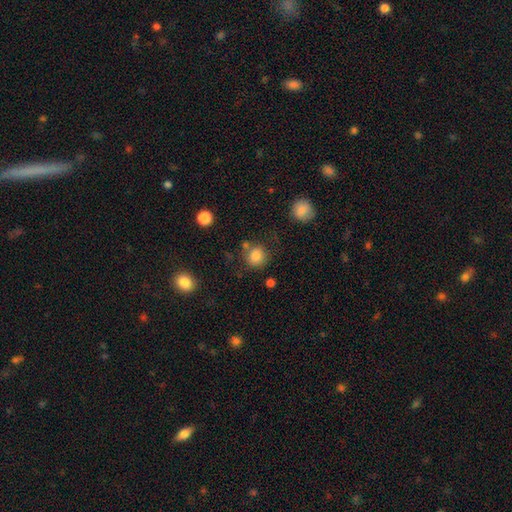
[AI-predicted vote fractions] A smooth galaxy with no disk features (82%) that is round (89%).

Vote fractions:
- Smooth or featured? smooth: 82% / star or artifact: 11% / featured or disk: 6%
- How rounded? round: 89% / in between: 10% / cigar-shaped: 1%
- Merging? none: 74% / minor disturbance: 11% / merger: 10% / major disturbance: 5%